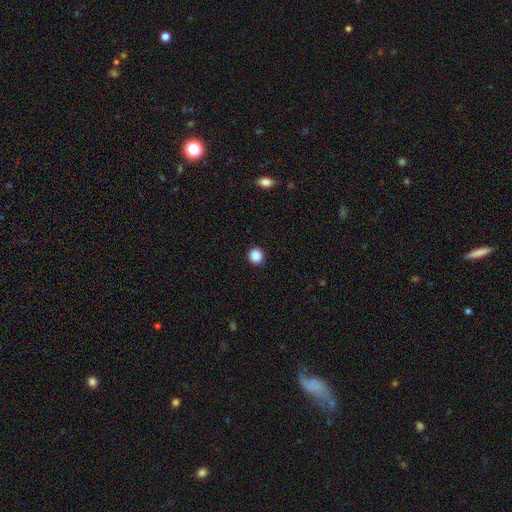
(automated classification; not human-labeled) The model was most divided on "smooth or featured": smooth: 87%, star or artifact: 10%, featured or disk: 3%. More confident: how rounded — round (93%); merging — none (91%).